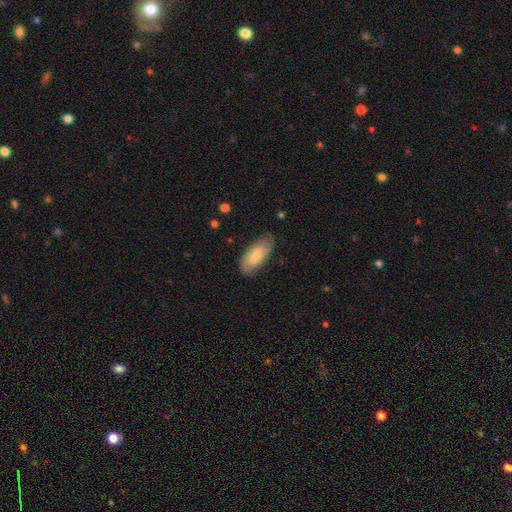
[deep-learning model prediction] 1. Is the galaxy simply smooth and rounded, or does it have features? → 61% smooth, 33% featured or disk, 6% star or artifact.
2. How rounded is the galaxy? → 85% in between, 13% cigar-shaped, 2% round.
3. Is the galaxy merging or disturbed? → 76% none, 18% minor disturbance, 4% major disturbance, 1% merger.